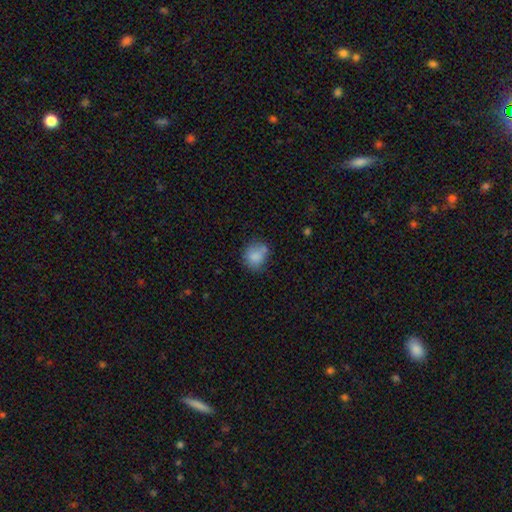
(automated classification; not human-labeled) Smooth or featured? Predicted: smooth (p=0.81). How rounded? Predicted: round (p=0.70). Merging? Predicted: none (p=0.60).